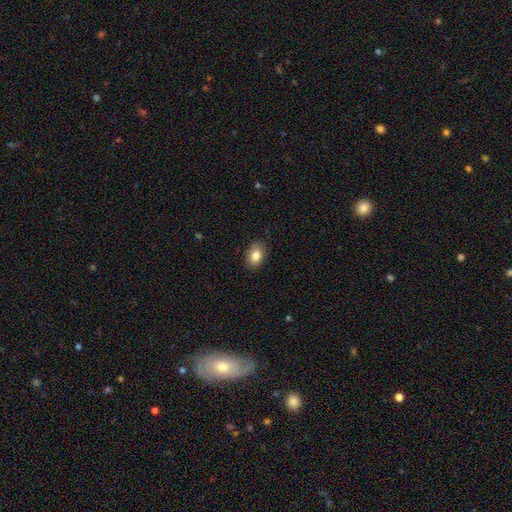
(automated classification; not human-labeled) smooth-or-featured: smooth: 84% | star or artifact: 8% | featured or disk: 8%
  how-rounded: in between: 81% | round: 18% | cigar-shaped: 1%
  merging: none: 87% | minor disturbance: 10% | major disturbance: 2% | merger: 1%